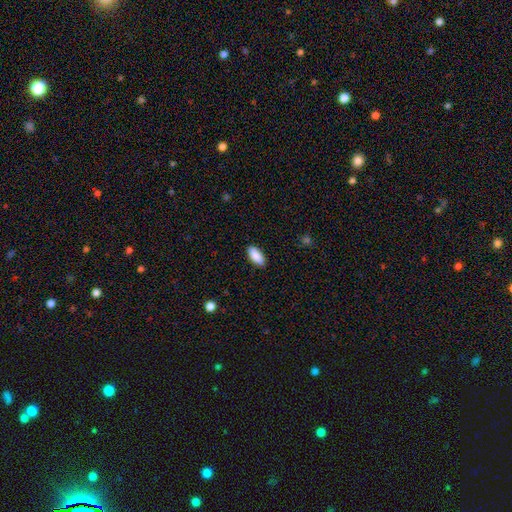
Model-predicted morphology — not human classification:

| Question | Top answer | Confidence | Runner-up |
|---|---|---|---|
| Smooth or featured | smooth | 90% | star or artifact (6%) |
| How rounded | in between | 88% | cigar-shaped (11%) |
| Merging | none | 89% | minor disturbance (8%) |